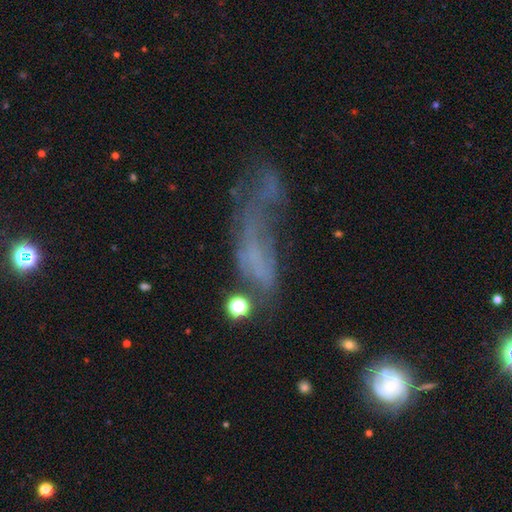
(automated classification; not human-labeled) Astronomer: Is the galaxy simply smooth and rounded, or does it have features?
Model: featured or disk — 45% (runner-up: smooth, 34%).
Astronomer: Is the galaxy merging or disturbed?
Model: major disturbance — 51%.